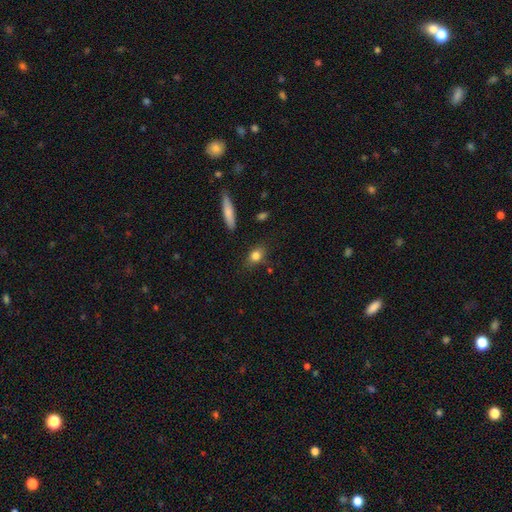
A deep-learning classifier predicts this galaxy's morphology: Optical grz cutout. It shows a smooth galaxy with no disk features (81%) that is in between round and cigar-shaped (63%). Merging: none (78%).